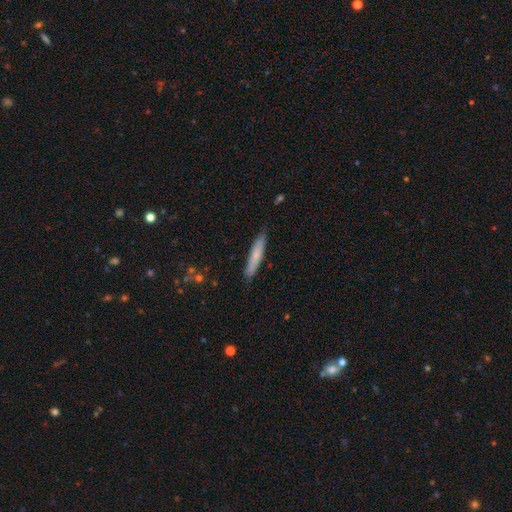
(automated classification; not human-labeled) A smooth galaxy with no disk features (68%) that is cigar-shaped (90%).

Vote fractions:
- Smooth or featured? smooth: 68% / featured or disk: 27% / star or artifact: 6%
- How rounded? cigar-shaped: 90% / in between: 8% / round: 1%
- Merging? none: 84% / minor disturbance: 13% / major disturbance: 2% / merger: 1%